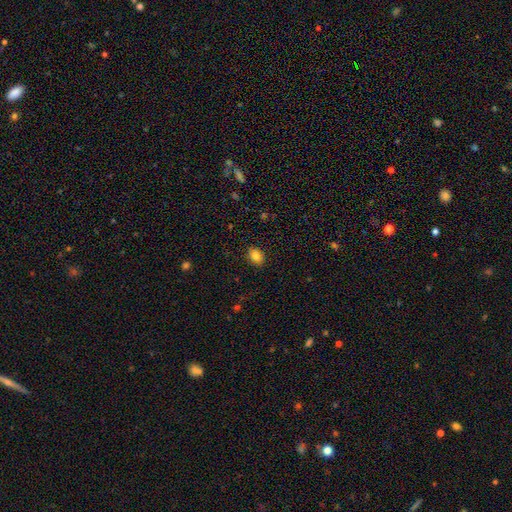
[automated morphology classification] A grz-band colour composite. It shows a smooth galaxy with no disk features (86%) that is in between round and cigar-shaped (71%). Merging: none (88%).